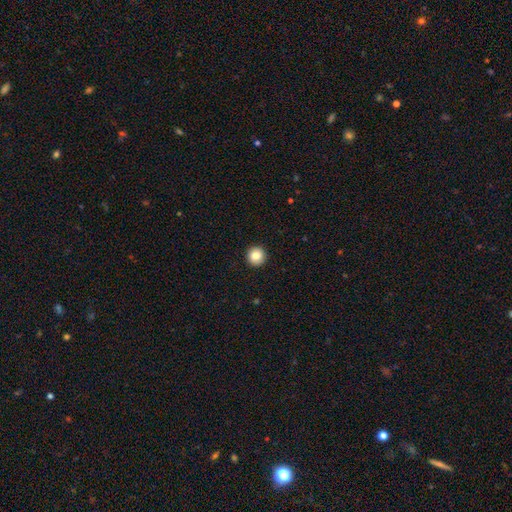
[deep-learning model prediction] Smooth or featured: smooth — 84% (star or artifact — 9%)
How rounded: round — 95% (in between — 4%)
Merging: none — 93% (minor disturbance — 4%)